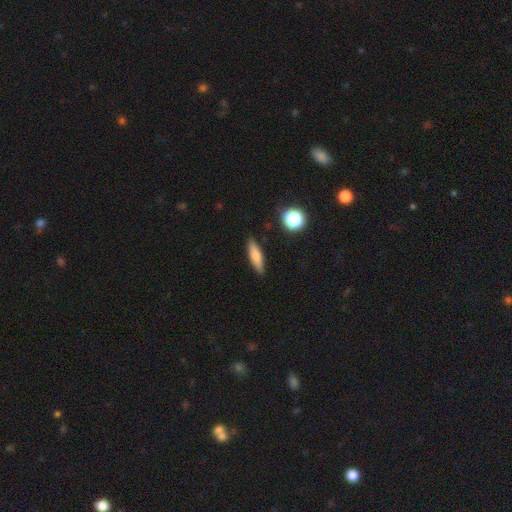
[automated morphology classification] smooth-or-featured: smooth: 69% | featured or disk: 23% | star or artifact: 8%
  how-rounded: cigar-shaped: 69% | in between: 28% | round: 3%
  merging: none: 88% | minor disturbance: 9% | major disturbance: 2% | merger: 2%